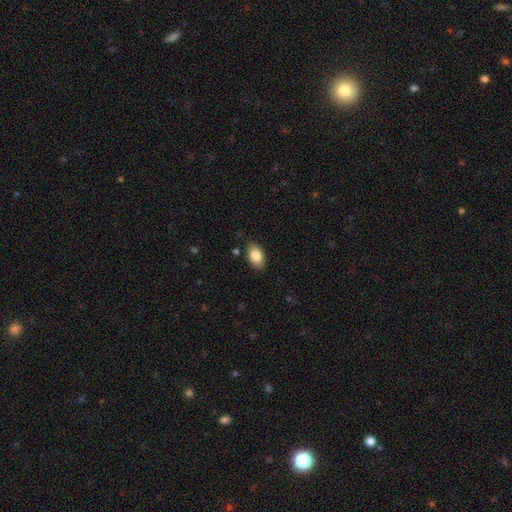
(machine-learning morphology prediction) Smooth or featured: smooth — 84% (featured or disk — 8%)
How rounded: in between — 89% (round — 10%)
Merging: none — 84% (minor disturbance — 12%)